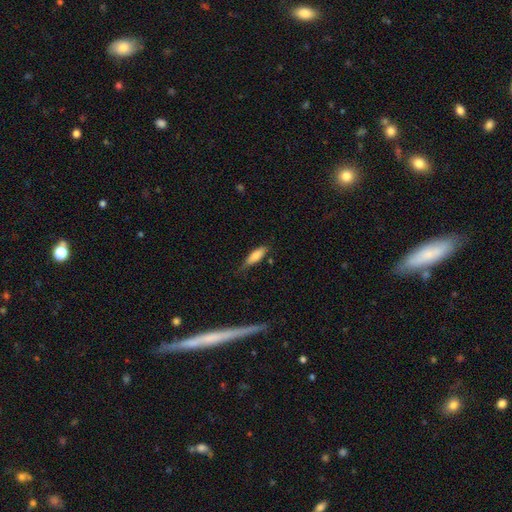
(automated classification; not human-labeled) A smooth galaxy with no disk features (80%) that is in between round and cigar-shaped (51%).

Vote fractions:
- Smooth or featured? smooth: 80% / featured or disk: 13% / star or artifact: 6%
- How rounded? in between: 51% / cigar-shaped: 47% / round: 2%
- Merging? none: 62% / minor disturbance: 29% / major disturbance: 6% / merger: 3%